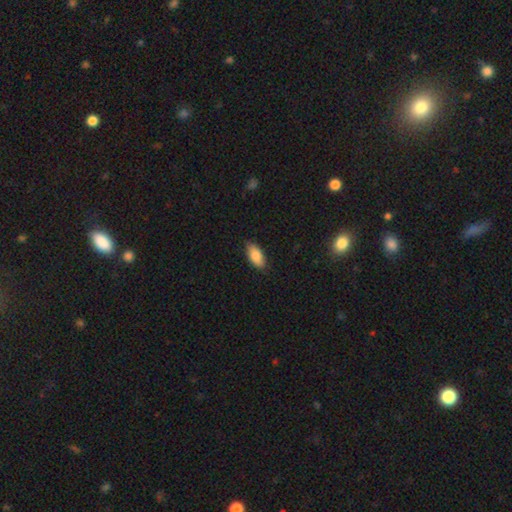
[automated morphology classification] Overall: smooth (84%). How rounded: in between (90%). Merging: none (84%).